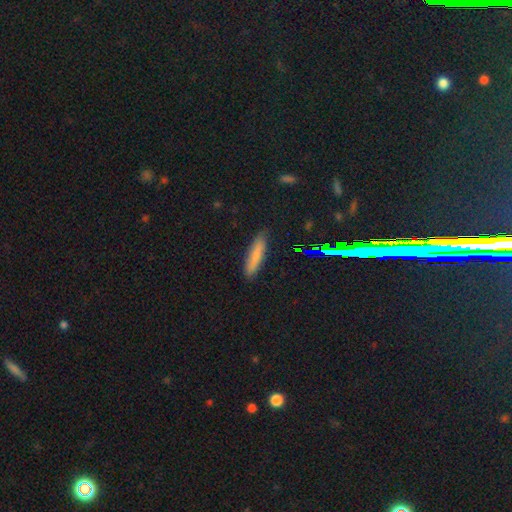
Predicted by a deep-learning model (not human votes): A smooth galaxy with no disk features (77%) that is cigar-shaped (82%). Merging: none (86%).